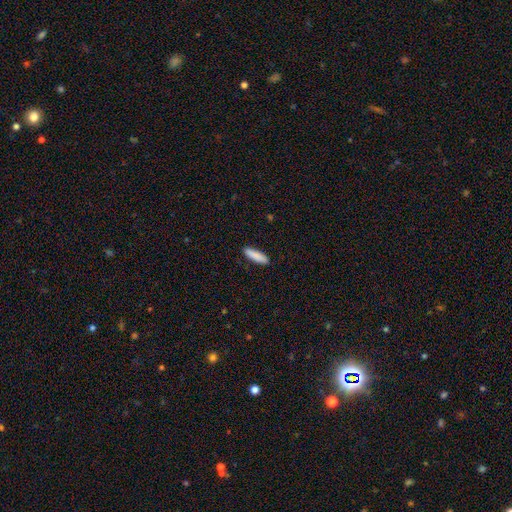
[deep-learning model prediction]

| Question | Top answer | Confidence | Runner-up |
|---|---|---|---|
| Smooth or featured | smooth | 88% | featured or disk (6%) |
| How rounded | cigar-shaped | 69% | in between (29%) |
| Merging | none | 89% | minor disturbance (8%) |